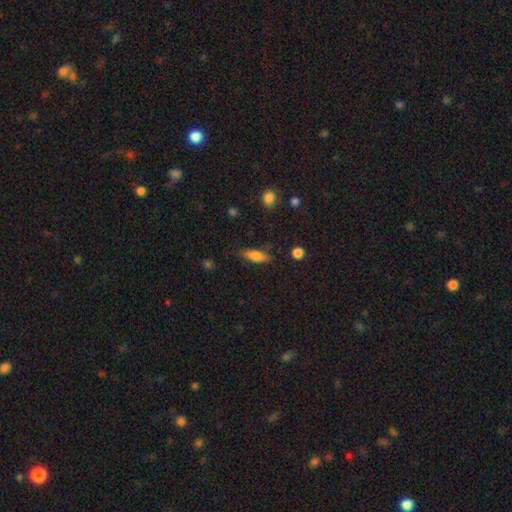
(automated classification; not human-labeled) smooth_or_featured: smooth (p=0.69) [alt: featured or disk p=0.23]
how_rounded: in between (p=0.53) [alt: cigar-shaped p=0.44]
merging: none (p=0.77) [alt: minor disturbance p=0.17]